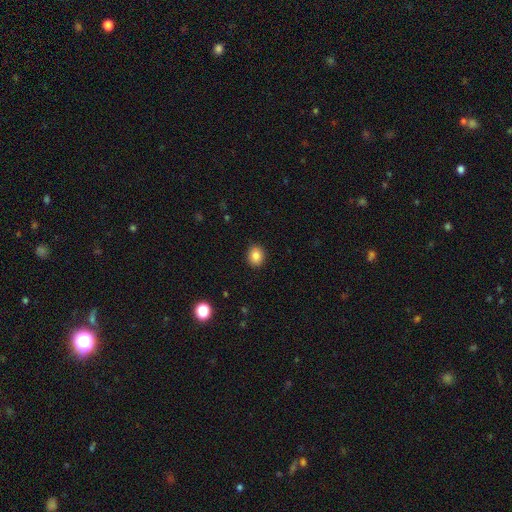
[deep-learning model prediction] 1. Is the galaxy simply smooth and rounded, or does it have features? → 85% smooth, 10% star or artifact, 5% featured or disk.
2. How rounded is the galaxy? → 66% round, 33% in between, 1% cigar-shaped.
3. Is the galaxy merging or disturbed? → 90% none, 7% minor disturbance, 2% major disturbance, 1% merger.